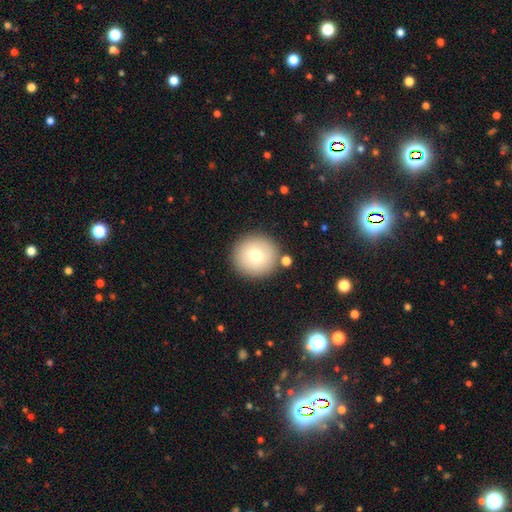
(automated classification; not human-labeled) Smooth or featured? Predicted: smooth (p=0.72). How rounded? Predicted: round (p=0.94). Merging? Predicted: none (p=0.85).